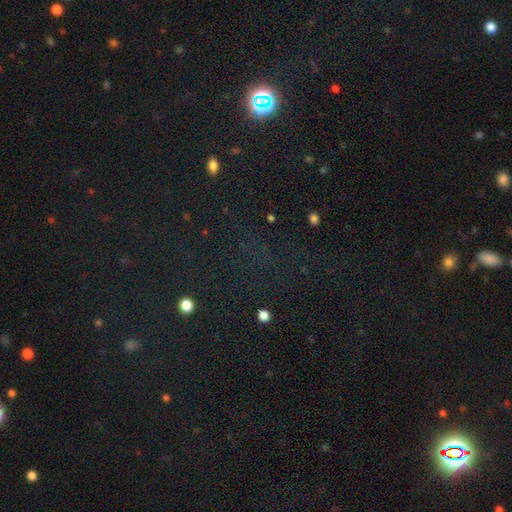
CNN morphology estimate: A star or artifact, not a galaxy (73%).

Vote fractions:
- Smooth or featured? star or artifact: 73% / smooth: 19% / featured or disk: 8%